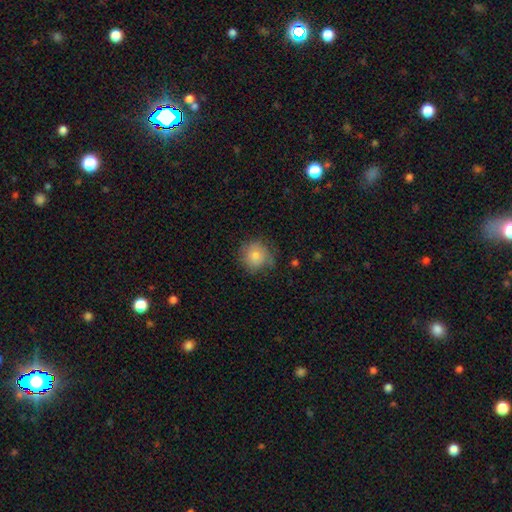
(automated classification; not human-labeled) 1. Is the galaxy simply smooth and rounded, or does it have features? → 81% smooth, 11% featured or disk, 8% star or artifact.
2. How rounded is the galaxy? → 91% round, 8% in between, 1% cigar-shaped.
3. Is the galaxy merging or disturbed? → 72% none, 20% minor disturbance, 6% major disturbance, 2% merger.